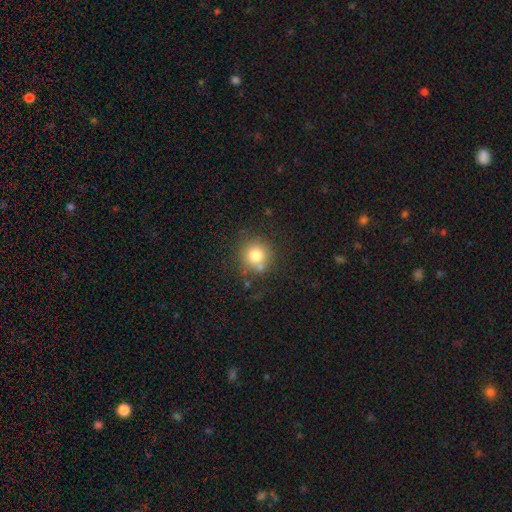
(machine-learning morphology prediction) Smooth or featured?
  - smooth: 77% *
  - star or artifact: 12%
  - featured or disk: 11%
How rounded?
  - round: 92% *
  - in between: 7%
  - cigar-shaped: 1%
Merging?
  - none: 72% *
  - minor disturbance: 13%
  - merger: 10%
  - major disturbance: 5%